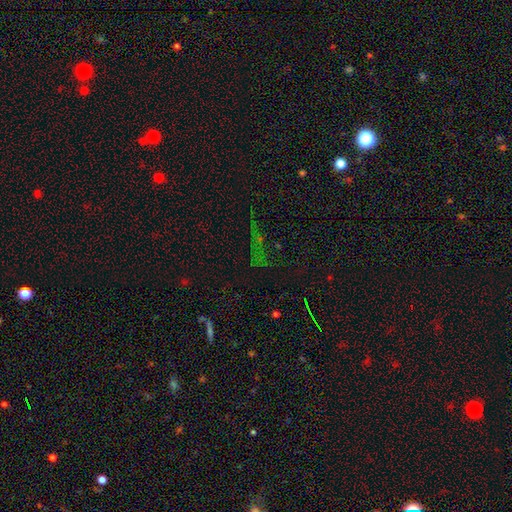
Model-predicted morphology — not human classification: smooth_or_featured: star or artifact (p=0.68) [alt: smooth p=0.20]